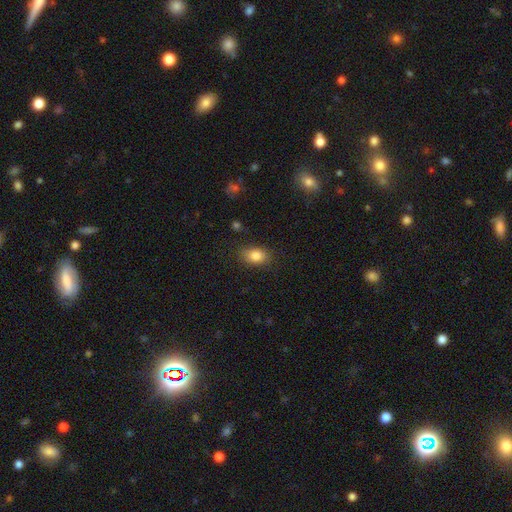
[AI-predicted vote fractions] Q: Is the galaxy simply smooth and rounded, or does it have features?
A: smooth — 85%.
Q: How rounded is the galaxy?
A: in between — 78%.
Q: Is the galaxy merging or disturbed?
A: none — 80%.